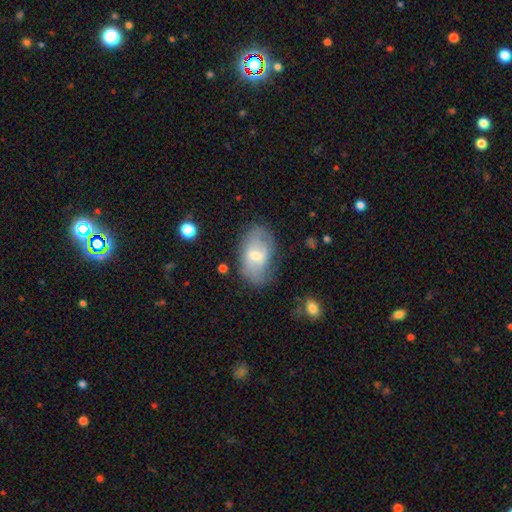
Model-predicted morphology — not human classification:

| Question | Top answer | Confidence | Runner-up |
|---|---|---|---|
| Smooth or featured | smooth | 50% | featured or disk (42%) |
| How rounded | in between | 91% | round (8%) |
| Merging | none | 63% | minor disturbance (25%) |